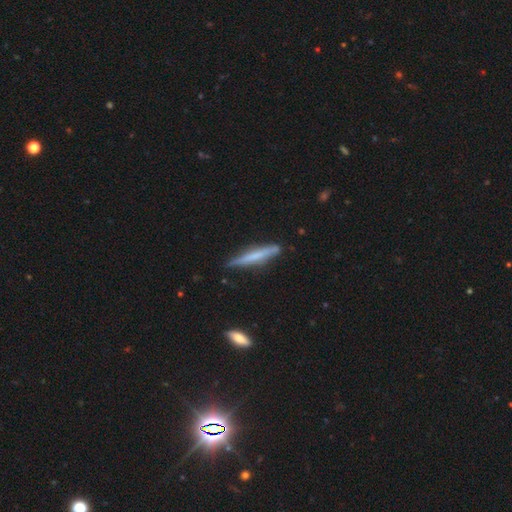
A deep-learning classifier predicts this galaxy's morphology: The model was most divided on "smooth or featured": smooth: 51%, featured or disk: 43%, star or artifact: 6%. More confident: how rounded — cigar-shaped (94%); merging — none (82%).